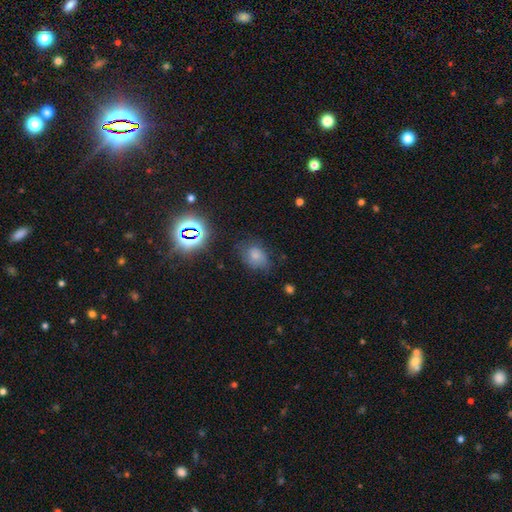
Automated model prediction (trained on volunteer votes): A smooth galaxy with no disk features (69%) that is in between round and cigar-shaped (66%).

Vote fractions:
- Smooth or featured? smooth: 69% / star or artifact: 19% / featured or disk: 12%
- How rounded? in between: 66% / round: 33% / cigar-shaped: 1%
- Merging? none: 63% / minor disturbance: 25% / major disturbance: 10% / merger: 2%